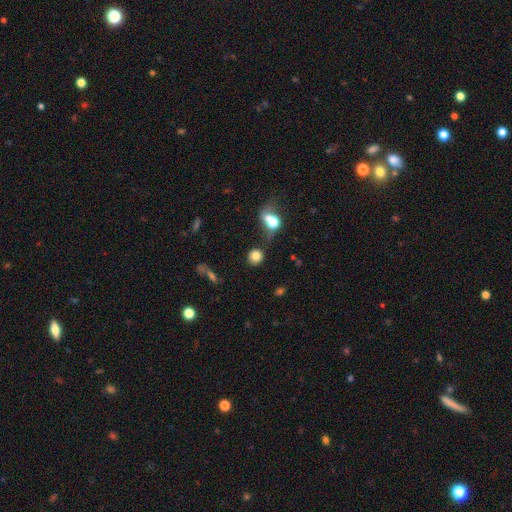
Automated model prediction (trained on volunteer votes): Smooth or featured?
  - smooth: 80% *
  - star or artifact: 12%
  - featured or disk: 8%
How rounded?
  - round: 86% *
  - in between: 13%
  - cigar-shaped: 1%
Merging?
  - none: 64% *
  - minor disturbance: 14%
  - merger: 13%
  - major disturbance: 9%